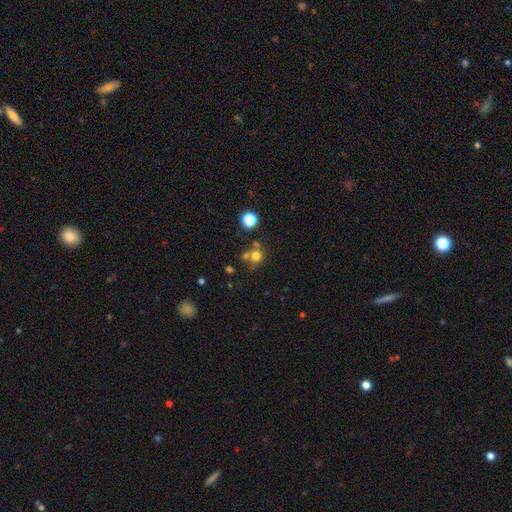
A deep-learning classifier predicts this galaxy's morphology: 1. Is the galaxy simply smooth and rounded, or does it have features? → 70% smooth, 18% star or artifact, 11% featured or disk.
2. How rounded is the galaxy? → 83% round, 16% in between, 1% cigar-shaped.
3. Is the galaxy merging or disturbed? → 53% none, 30% merger, 12% minor disturbance, 6% major disturbance.